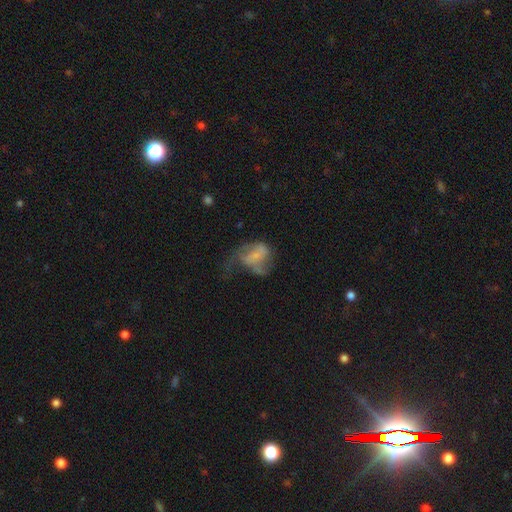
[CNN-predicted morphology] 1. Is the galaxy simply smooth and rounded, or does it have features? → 55% featured or disk, 35% smooth, 10% star or artifact.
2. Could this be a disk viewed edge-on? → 97% no, 3% yes.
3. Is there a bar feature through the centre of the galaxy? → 53% no, 34% weak, 13% strong.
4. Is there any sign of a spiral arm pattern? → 60% yes, 40% no.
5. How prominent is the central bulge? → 40% small, 39% none, 16% moderate, 4% large, 2% dominant.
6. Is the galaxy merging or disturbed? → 50% major disturbance, 25% none, 20% minor disturbance, 5% merger.